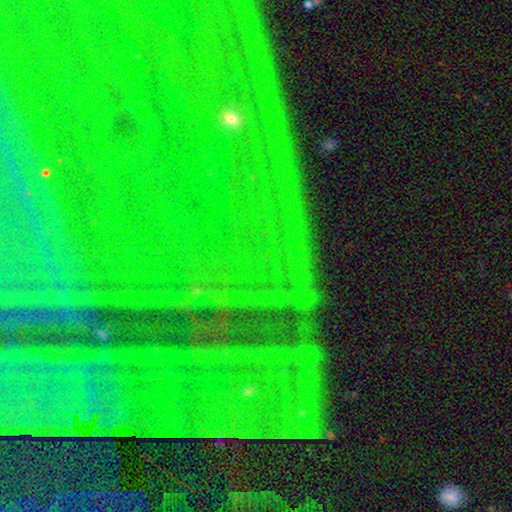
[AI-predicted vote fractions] Smooth or featured? Predicted: star or artifact (p=0.86).